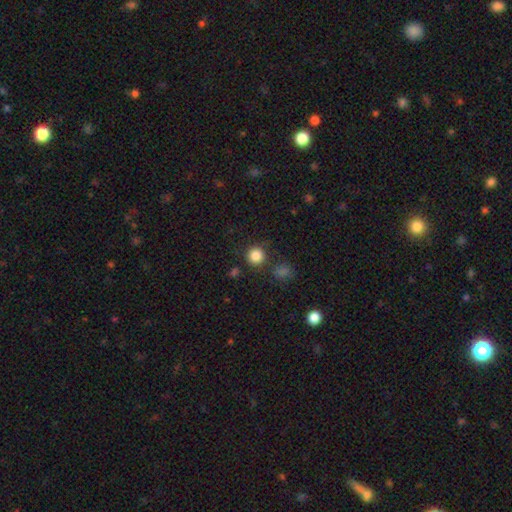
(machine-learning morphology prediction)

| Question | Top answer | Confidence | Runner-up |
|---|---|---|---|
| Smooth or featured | smooth | 85% | star or artifact (11%) |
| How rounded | round | 94% | in between (5%) |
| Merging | none | 84% | minor disturbance (8%) |